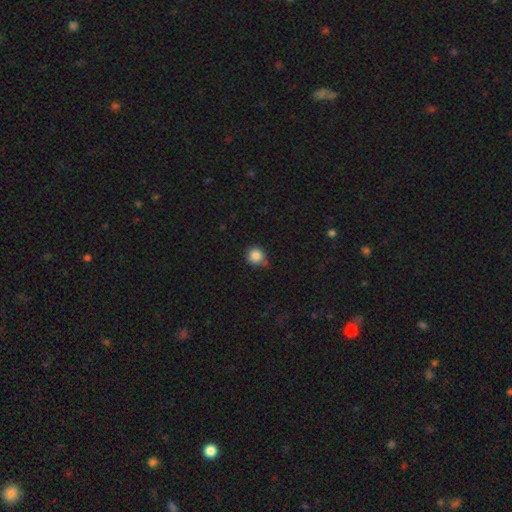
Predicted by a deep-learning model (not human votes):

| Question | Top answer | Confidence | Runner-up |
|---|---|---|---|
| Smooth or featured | smooth | 86% | star or artifact (10%) |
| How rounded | round | 92% | in between (7%) |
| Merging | none | 63% | minor disturbance (27%) |